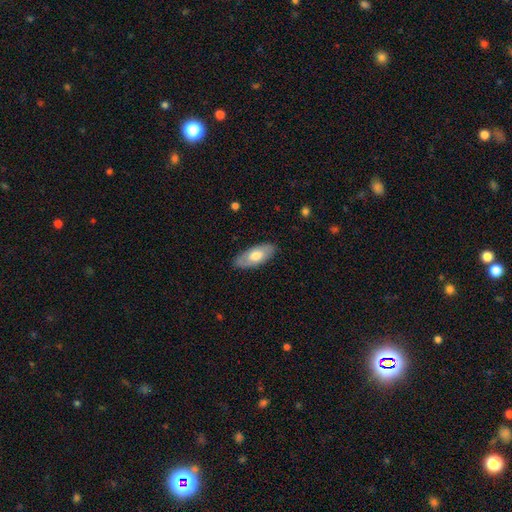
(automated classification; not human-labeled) Overall: smooth (63%; featured or disk 31%). How rounded: in between (88%). Merging: none (84%).